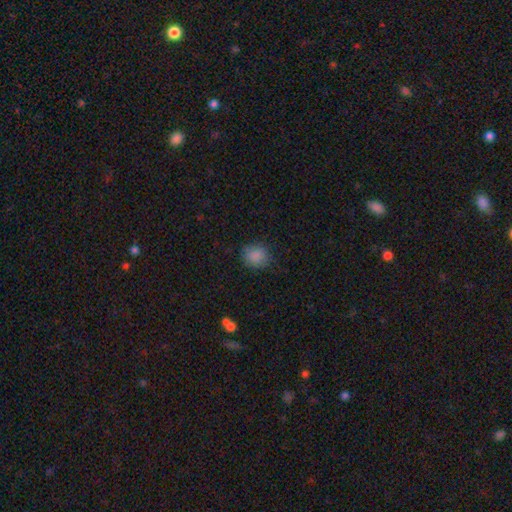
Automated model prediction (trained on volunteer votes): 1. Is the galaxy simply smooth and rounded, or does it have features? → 87% smooth, 9% star or artifact, 4% featured or disk.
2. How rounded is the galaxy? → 76% round, 23% in between, 1% cigar-shaped.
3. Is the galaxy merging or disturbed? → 84% none, 12% minor disturbance, 3% major disturbance, 1% merger.